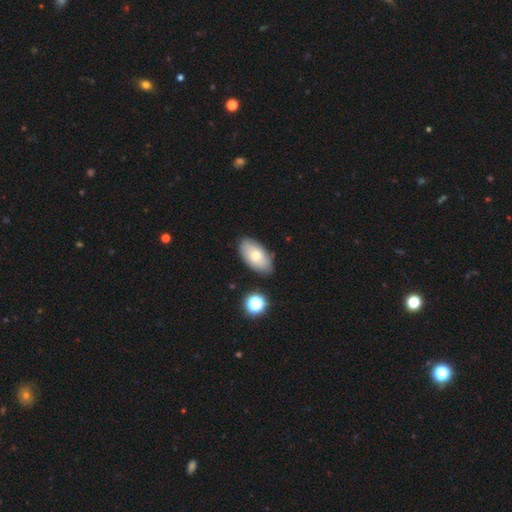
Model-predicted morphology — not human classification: Q: Smooth or featured?
A: smooth (71%); runner-up: featured or disk (22%)
Q: How rounded?
A: in between (93%); runner-up: round (4%)
Q: Merging?
A: none (82%); runner-up: minor disturbance (13%)